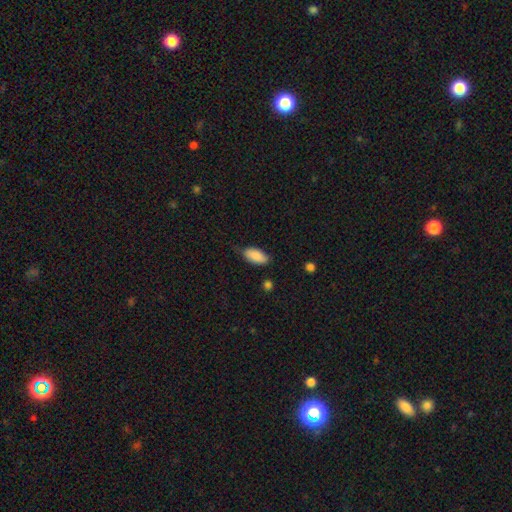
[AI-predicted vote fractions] smooth_or_featured: smooth (p=0.88) [alt: star or artifact p=0.06]
how_rounded: in between (p=0.91) [alt: cigar-shaped p=0.07]
merging: none (p=0.71) [alt: minor disturbance p=0.23]